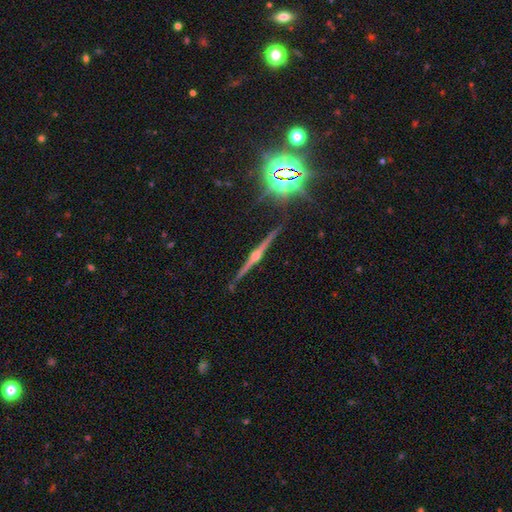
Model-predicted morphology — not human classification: smooth_or_featured: featured or disk (p=0.80) [alt: star or artifact p=0.14]
disk_edge_on: yes (p=0.98) [alt: no p=0.02]
edge_on_bulge: rounded (p=0.93) [alt: boxy p=0.04]
merging: none (p=0.90) [alt: minor disturbance p=0.07]